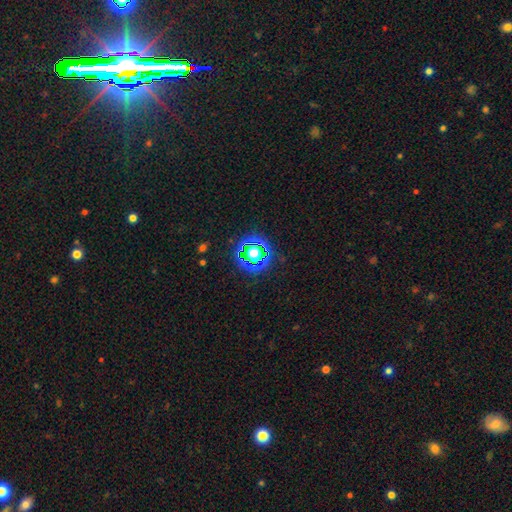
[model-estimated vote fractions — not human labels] star or artifact 53%, smooth 36%, featured or disk 12%.